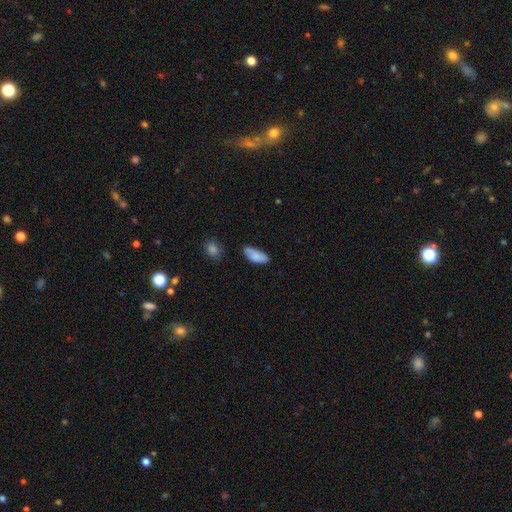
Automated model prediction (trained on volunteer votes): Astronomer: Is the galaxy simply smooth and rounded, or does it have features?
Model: smooth — 83%.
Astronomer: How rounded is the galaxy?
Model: in between — 82%.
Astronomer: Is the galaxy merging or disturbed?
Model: none — 62%.